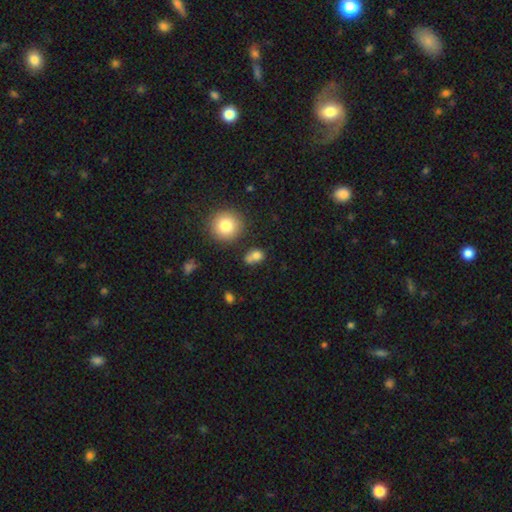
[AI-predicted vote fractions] Smooth or featured: smooth — 78% (star or artifact — 13%)
How rounded: in between — 50% (round — 48%)
Merging: none — 47% (merger — 27%)